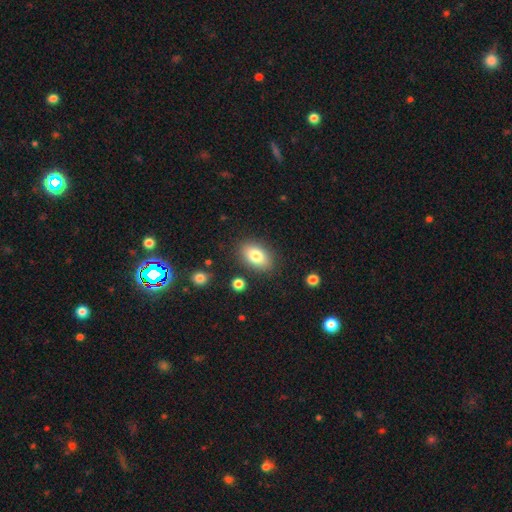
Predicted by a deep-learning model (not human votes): smooth 79%, featured or disk 13%, star or artifact 8%. Down the decision tree: how rounded — in between (89%); merging — none (85%).